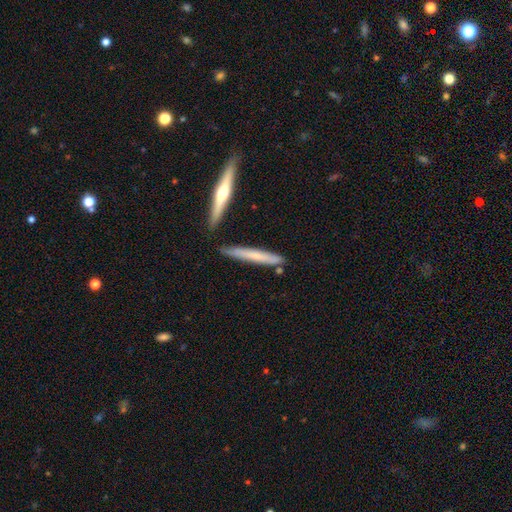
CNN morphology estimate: Overall: smooth (53%; featured or disk 41%). How rounded: cigar-shaped (95%). Merging: none (79%).